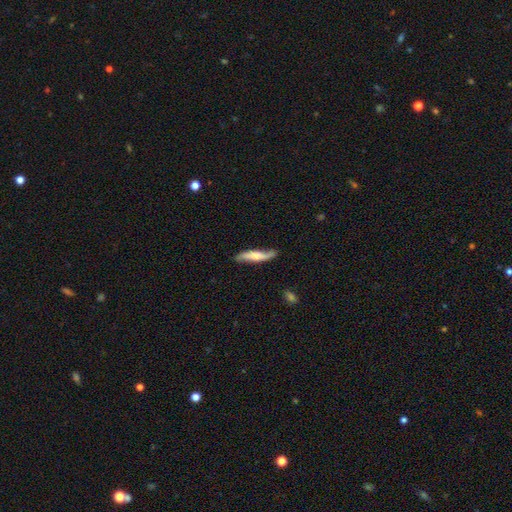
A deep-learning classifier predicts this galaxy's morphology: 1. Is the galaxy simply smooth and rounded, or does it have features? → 53% featured or disk, 41% smooth, 5% star or artifact.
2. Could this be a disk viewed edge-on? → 50% yes (tied), 50% no (tied).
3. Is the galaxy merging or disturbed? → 74% none, 19% minor disturbance, 4% major disturbance, 2% merger.